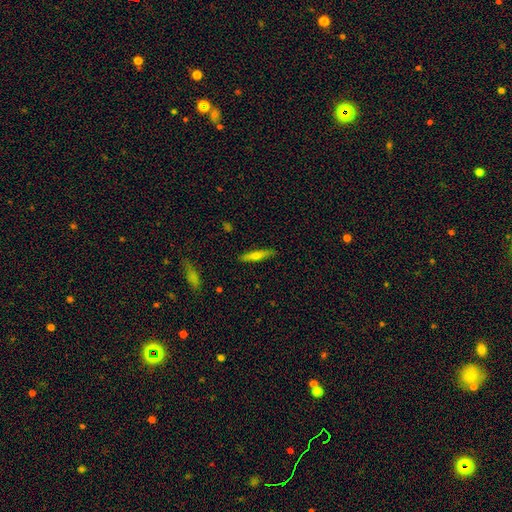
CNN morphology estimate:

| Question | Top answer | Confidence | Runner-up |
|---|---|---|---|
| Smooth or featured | smooth | 54% | featured or disk (39%) |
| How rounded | cigar-shaped | 85% | in between (13%) |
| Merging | none | 88% | minor disturbance (9%) |